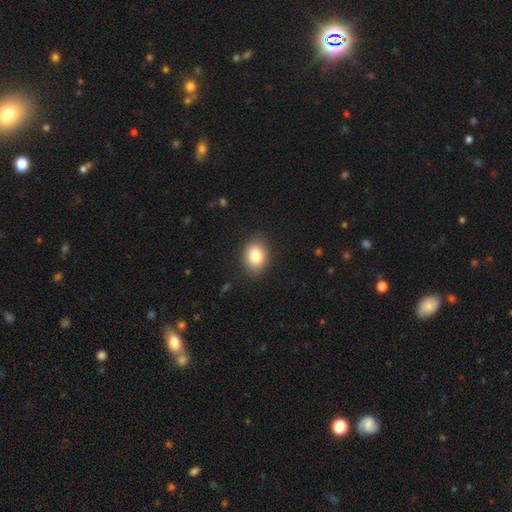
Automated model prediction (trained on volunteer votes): Overall: smooth (84%). How rounded: in between (64%; round 35%). Merging: none (86%).